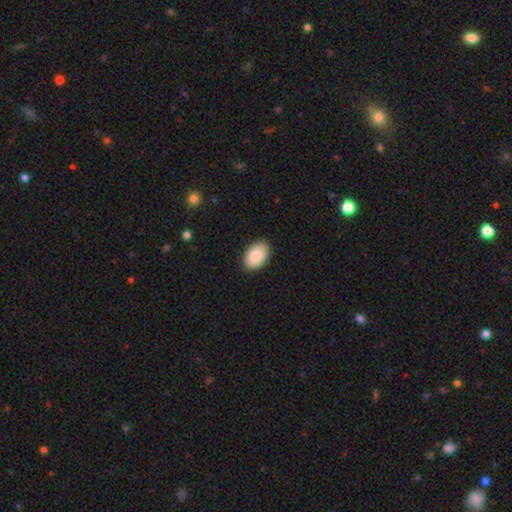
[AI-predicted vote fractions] A smooth galaxy with no disk features (89%) that is in between round and cigar-shaped (92%). Merging: none (87%).